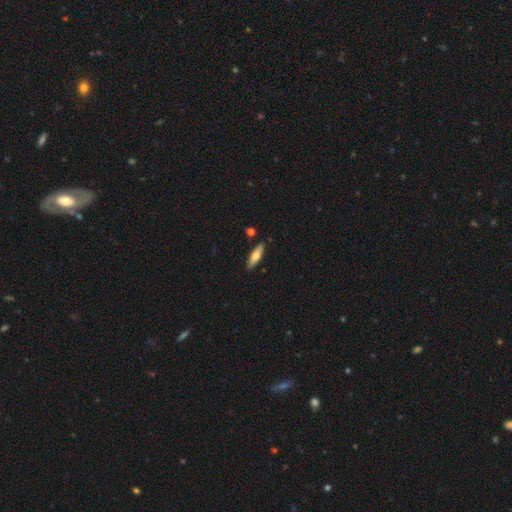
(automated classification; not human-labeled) Smooth or featured?
  - smooth: 61% *
  - featured or disk: 33%
  - star or artifact: 6%
How rounded?
  - cigar-shaped: 62% *
  - in between: 36%
  - round: 2%
Merging?
  - none: 86% *
  - minor disturbance: 9%
  - merger: 3%
  - major disturbance: 2%